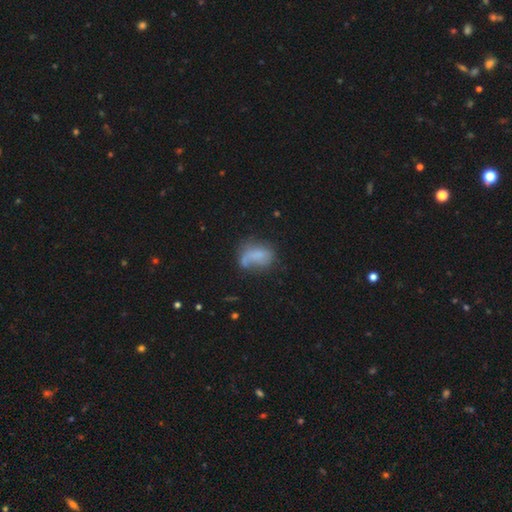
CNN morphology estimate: Q: Smooth or featured?
A: smooth (62%); runner-up: featured or disk (27%)
Q: How rounded?
A: in between (79%); runner-up: round (18%)
Q: Merging?
A: none (36%); runner-up: minor disturbance (26%)